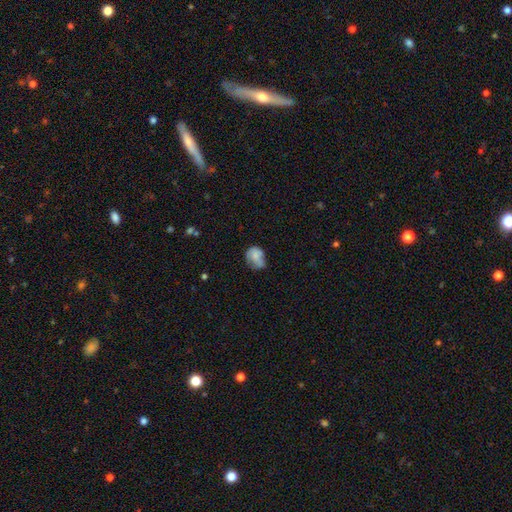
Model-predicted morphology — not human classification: Smooth or featured: smooth — 69% (featured or disk — 22%)
How rounded: round — 51% (in between — 48%)
Merging: minor disturbance — 37% (none — 36%)